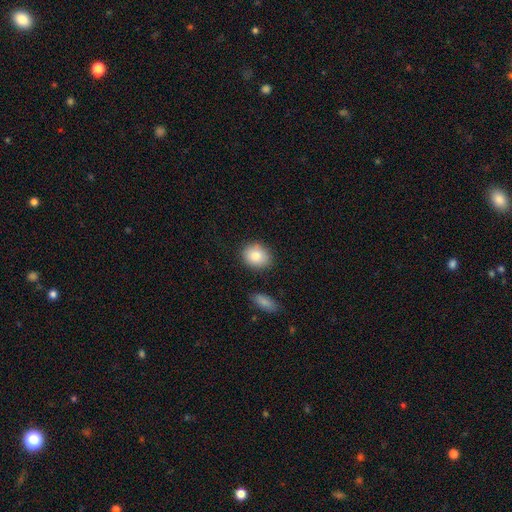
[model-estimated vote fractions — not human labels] smooth_or_featured: smooth (p=0.84) [alt: featured or disk p=0.09]
how_rounded: round (p=0.52) [alt: in between p=0.46]
merging: none (p=0.82) [alt: minor disturbance p=0.12]